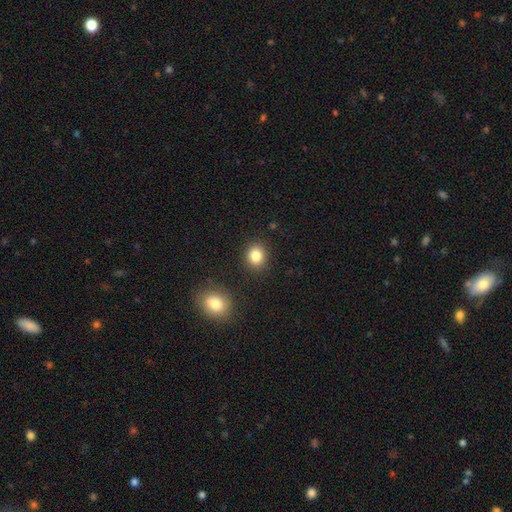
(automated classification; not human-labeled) The model was most divided on "how rounded": round: 70%, in between: 29%, cigar-shaped: 1%. More confident: merging — none (87%); smooth or featured — smooth (85%).